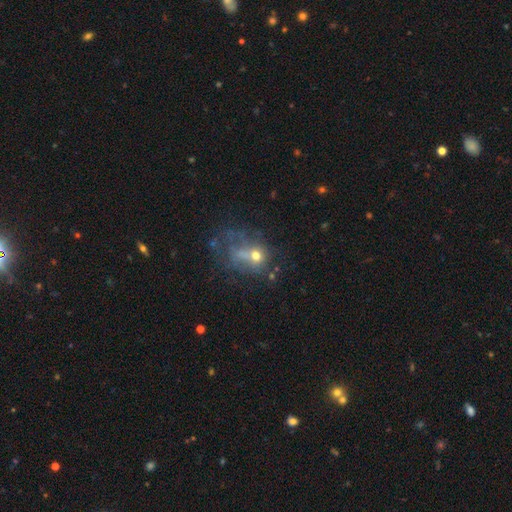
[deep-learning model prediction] smooth-or-featured: smooth: 48% | featured or disk: 34% | star or artifact: 18%
  merging: major disturbance: 36% | none: 29% | minor disturbance: 17% | merger: 17%